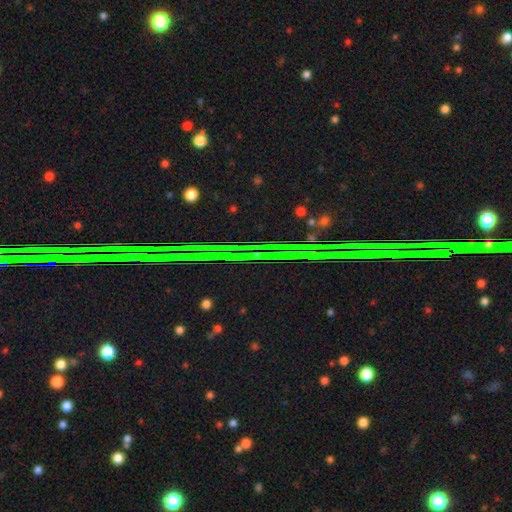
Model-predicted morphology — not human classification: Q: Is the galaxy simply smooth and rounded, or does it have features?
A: star or artifact — 86%.